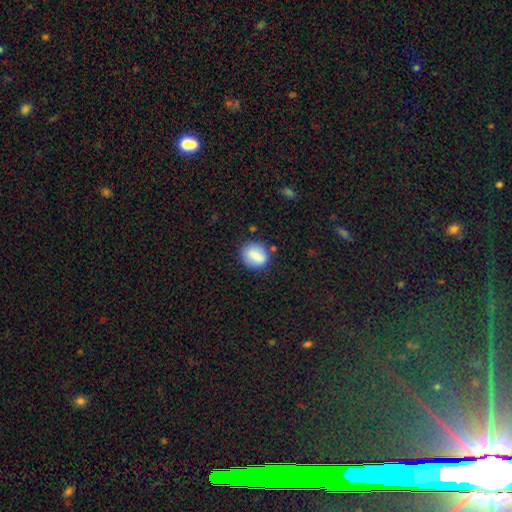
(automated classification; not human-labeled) Smooth or featured?
  - smooth: 82% *
  - featured or disk: 10%
  - star or artifact: 8%
How rounded?
  - round: 52% *
  - in between: 46%
  - cigar-shaped: 2%
Merging?
  - none: 77% *
  - minor disturbance: 15%
  - major disturbance: 4%
  - merger: 4%